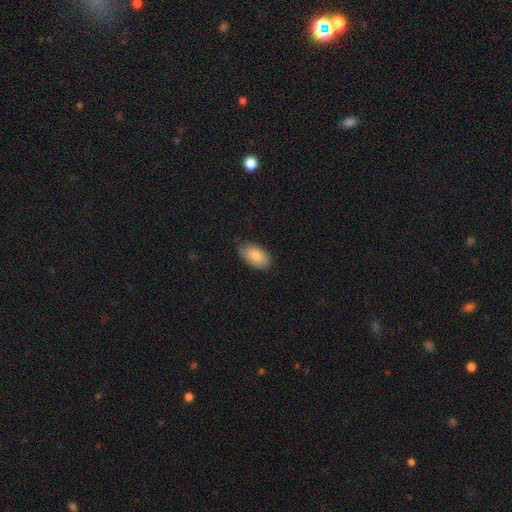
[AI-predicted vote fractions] This is clearly a smooth galaxy (83%). How rounded: clearly in between (94%). Merging: likely none (79%).